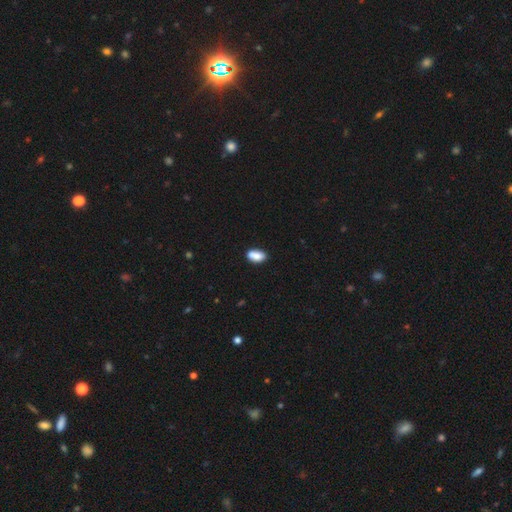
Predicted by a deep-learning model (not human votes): smooth 83%, featured or disk 9%, star or artifact 8%. Down the decision tree: how rounded — in between (89%); merging — none (65%).